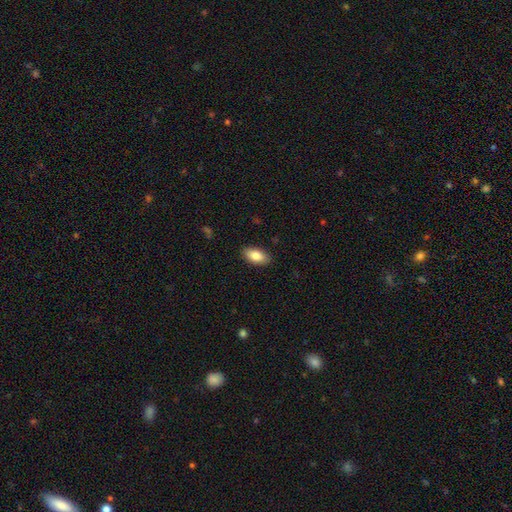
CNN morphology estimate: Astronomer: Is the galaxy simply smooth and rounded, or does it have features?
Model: smooth — 84%.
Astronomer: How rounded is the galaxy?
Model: in between — 92%.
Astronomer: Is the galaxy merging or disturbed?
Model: none — 89%.